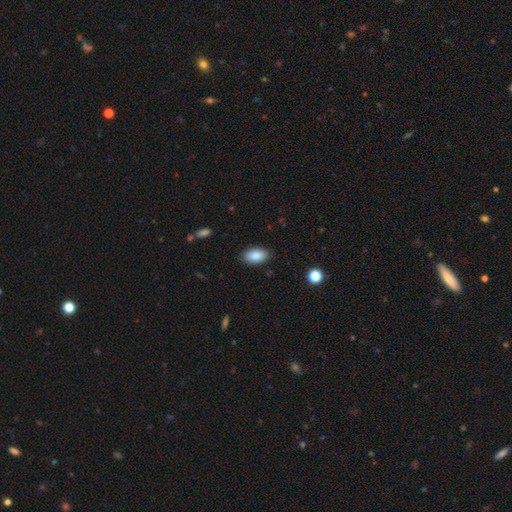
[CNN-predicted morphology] This appears to be a smooth galaxy with no disk features (87%) that is in between round and cigar-shaped (93%). Merging: none (88%).